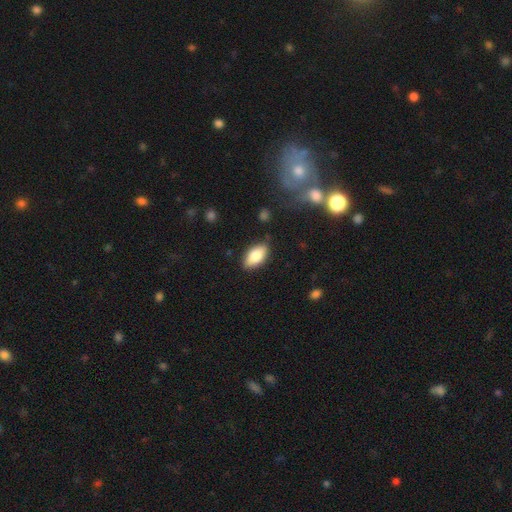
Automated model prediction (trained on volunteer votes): smooth 81%, featured or disk 12%, star or artifact 7%. Down the decision tree: how rounded — in between (92%); merging — none (83%).